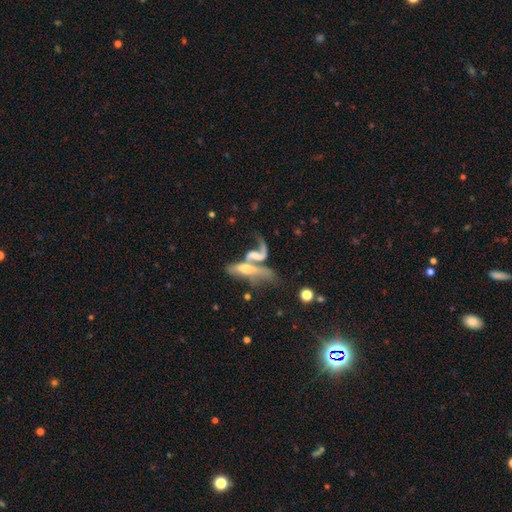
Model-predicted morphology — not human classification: smooth-or-featured: featured or disk: 62% | smooth: 29% | star or artifact: 9%
  disk-edge-on: no: 76% | yes: 24%
  merging: merger: 64% | none: 16% | major disturbance: 13% | minor disturbance: 7%